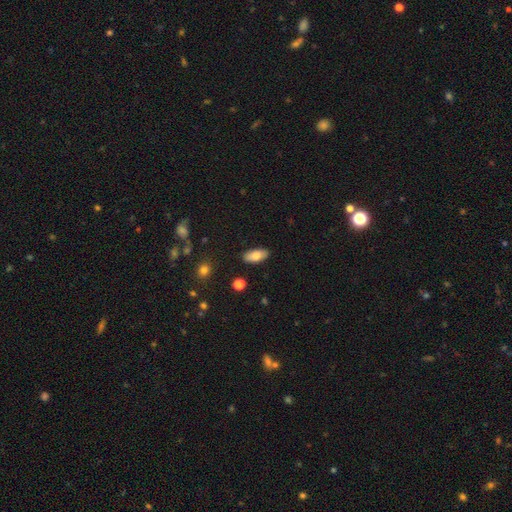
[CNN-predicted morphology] Smooth or featured: smooth — 81% (featured or disk — 12%)
How rounded: in between — 90% (cigar-shaped — 8%)
Merging: none — 87% (minor disturbance — 9%)